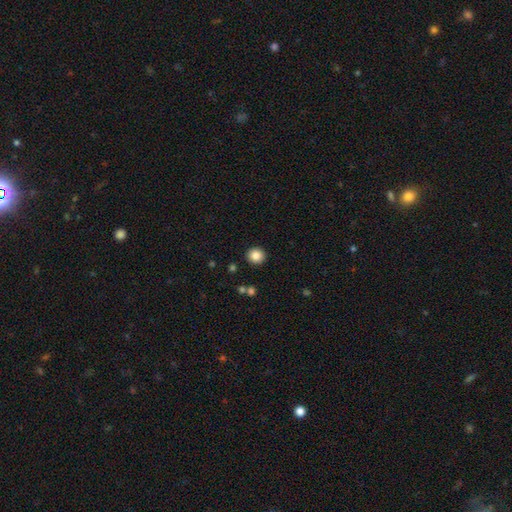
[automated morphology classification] type=smooth (85%); roundness=round (91%); merging=none (91%).